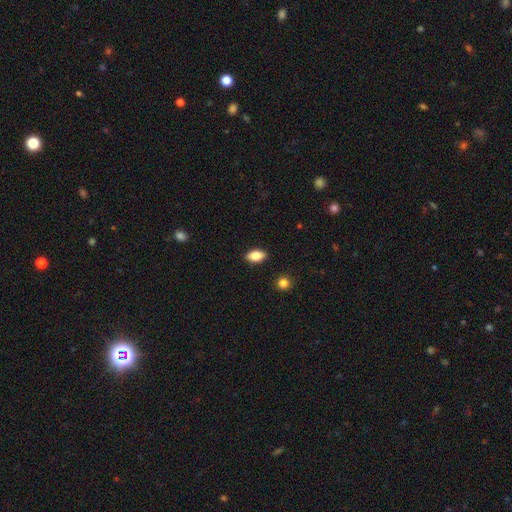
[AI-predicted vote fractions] Overall: smooth (84%). How rounded: in between (90%). Merging: none (89%).